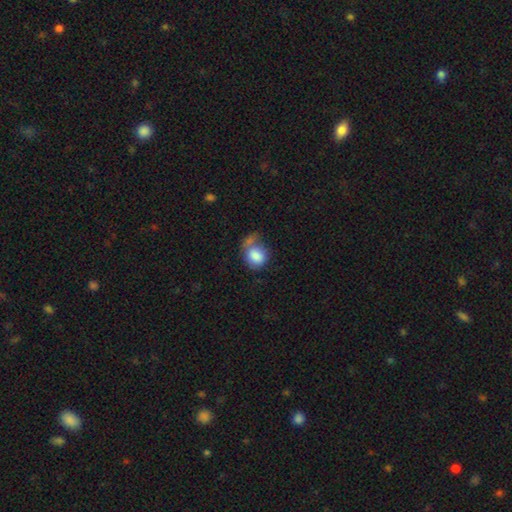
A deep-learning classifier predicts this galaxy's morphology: type=smooth (82%); roundness=round (60%); merging=none (33%).